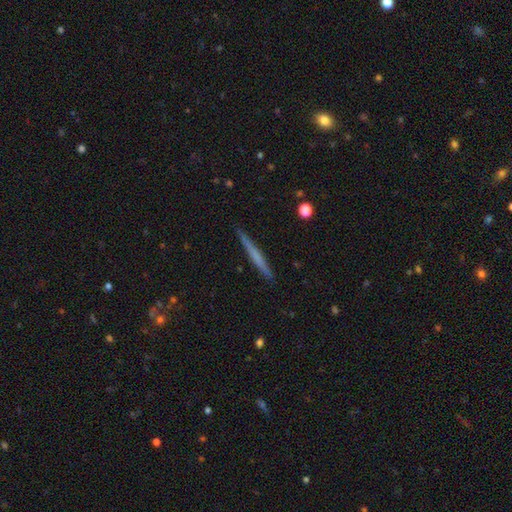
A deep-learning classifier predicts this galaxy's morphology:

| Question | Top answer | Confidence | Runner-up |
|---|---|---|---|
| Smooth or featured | featured or disk | 47% | tied: smooth (47%) |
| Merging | none | 91% | minor disturbance (7%) |